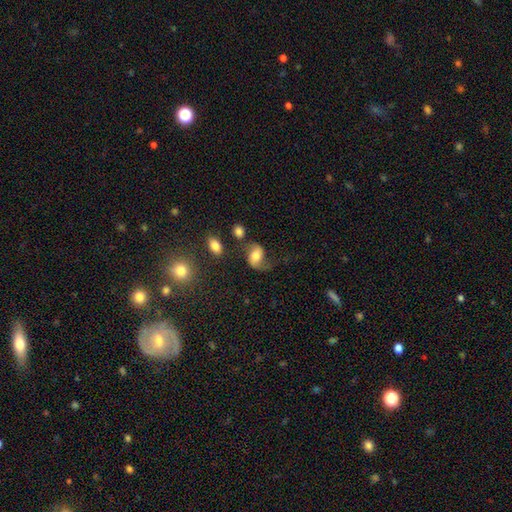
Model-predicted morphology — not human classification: type=featured or disk (54%); edge-on=no (97%); bar=no (44%); spiral arms=yes (88%); bulge=moderate (52%); merging=none (51%).